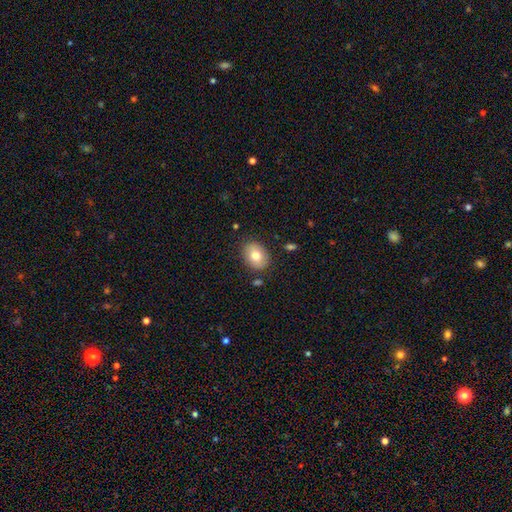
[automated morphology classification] Overall: smooth (76%). How rounded: in between (63%; round 36%). Merging: none (83%).